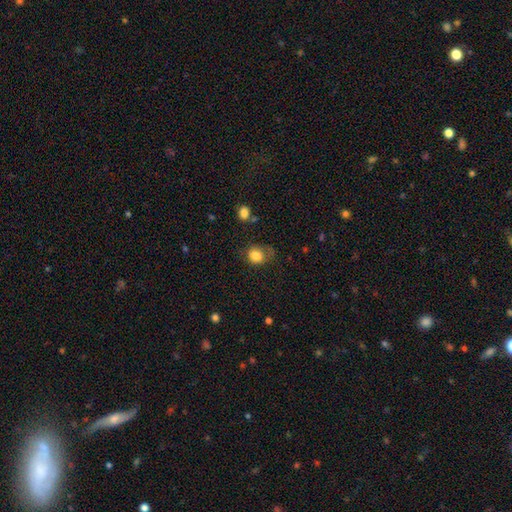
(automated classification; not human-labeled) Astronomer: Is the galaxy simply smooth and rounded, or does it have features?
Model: smooth — 83%.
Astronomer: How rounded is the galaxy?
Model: round — 72%.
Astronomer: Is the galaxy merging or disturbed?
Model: none — 62%.